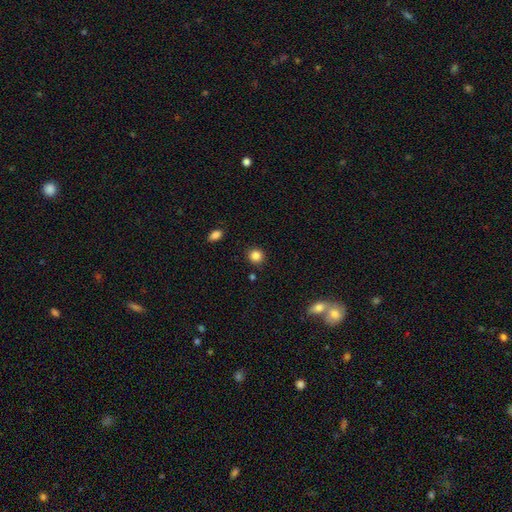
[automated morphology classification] smooth-or-featured: smooth: 85% | star or artifact: 11% | featured or disk: 4%
  how-rounded: round: 91% | in between: 9% | cigar-shaped: 1%
  merging: none: 90% | minor disturbance: 6% | major disturbance: 2% | merger: 2%